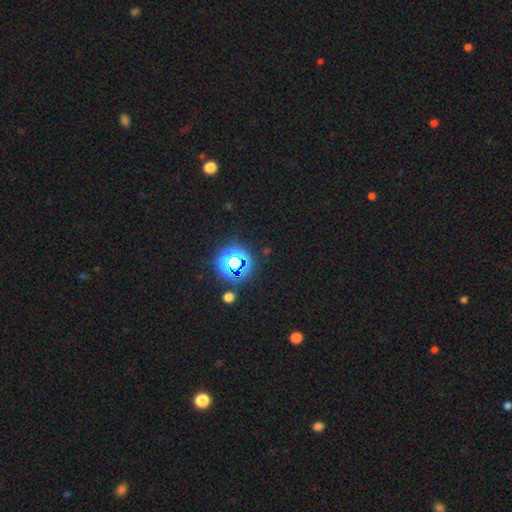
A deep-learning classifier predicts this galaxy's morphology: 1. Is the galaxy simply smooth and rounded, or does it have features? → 76% star or artifact, 19% smooth, 5% featured or disk.